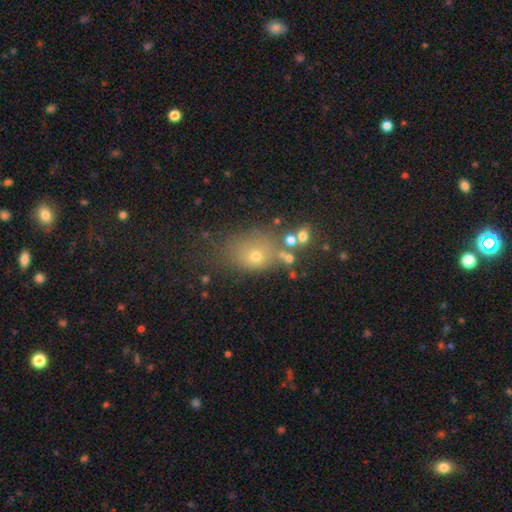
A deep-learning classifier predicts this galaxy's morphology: Q: Smooth or featured?
A: smooth (56%); runner-up: star or artifact (29%)
Q: How rounded?
A: in between (51%); runner-up: round (47%)
Q: Merging?
A: none (63%); runner-up: minor disturbance (15%)